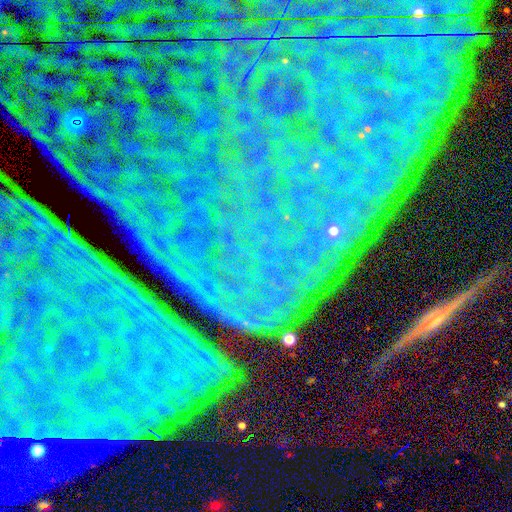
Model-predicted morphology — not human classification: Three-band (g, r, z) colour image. It shows a star or artifact, not a galaxy (81%).